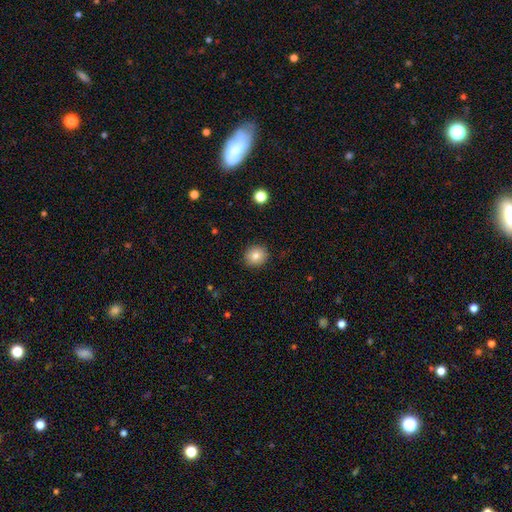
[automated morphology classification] This appears to be a smooth galaxy with no disk features (82%) that is round (85%). Merging: none (90%).